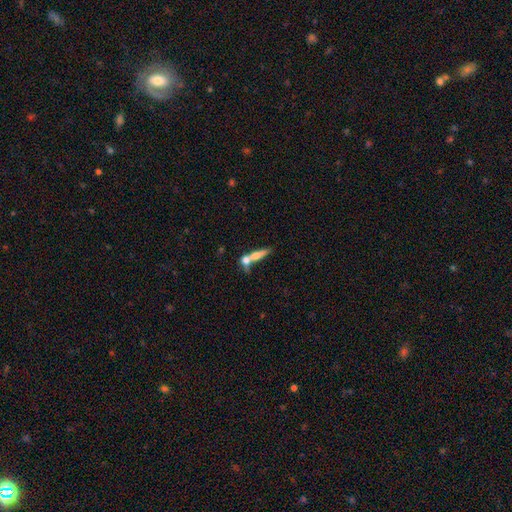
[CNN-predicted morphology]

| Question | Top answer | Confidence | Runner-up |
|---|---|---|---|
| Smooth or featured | smooth | 55% | featured or disk (35%) |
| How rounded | cigar-shaped | 66% | in between (25%) |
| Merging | merger | 47% | none (36%) |